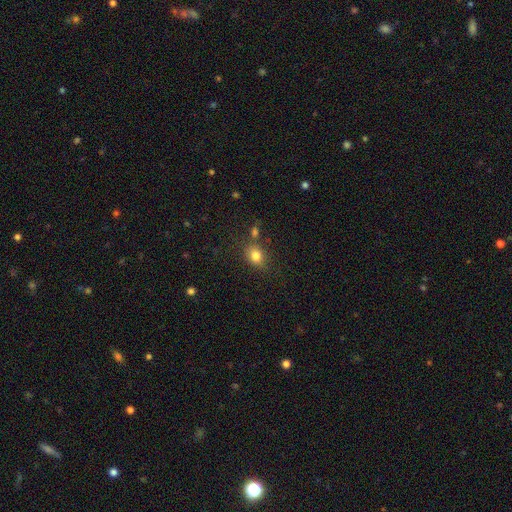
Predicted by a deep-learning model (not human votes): Overall: smooth (81%). How rounded: in between (51%; round 47%). Merging: none (72%).